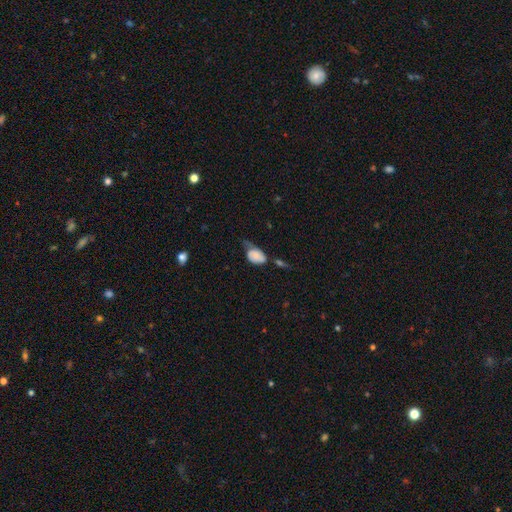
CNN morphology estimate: Smooth or featured? Predicted: smooth (p=0.68). How rounded? Predicted: in between (p=0.81). Merging? Predicted: minor disturbance (p=0.34).